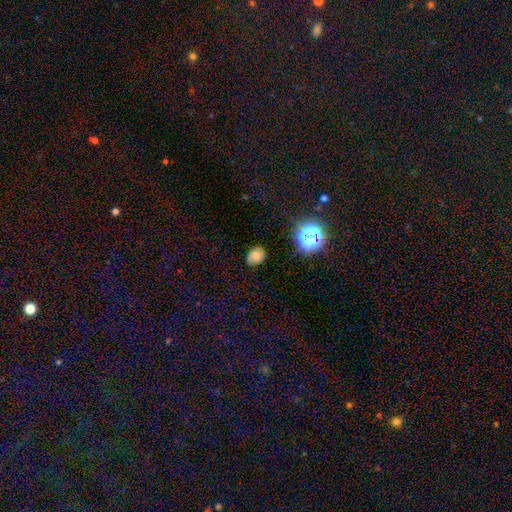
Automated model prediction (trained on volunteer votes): A smooth galaxy with no disk features (69%) that is round (50%).

Vote fractions:
- Smooth or featured? smooth: 69% / star or artifact: 18% / featured or disk: 13%
- How rounded? round: 50% / in between: 49% / cigar-shaped: 1%
- Merging? none: 76% / minor disturbance: 18% / major disturbance: 4% / merger: 2%